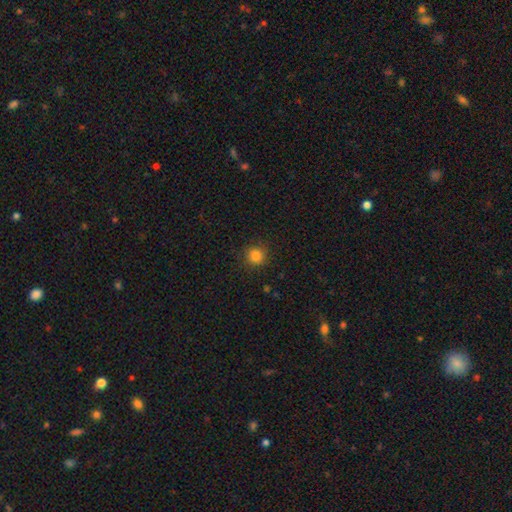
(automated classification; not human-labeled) Morphology: type=smooth (83%); roundness=round (93%); merging=none (90%).